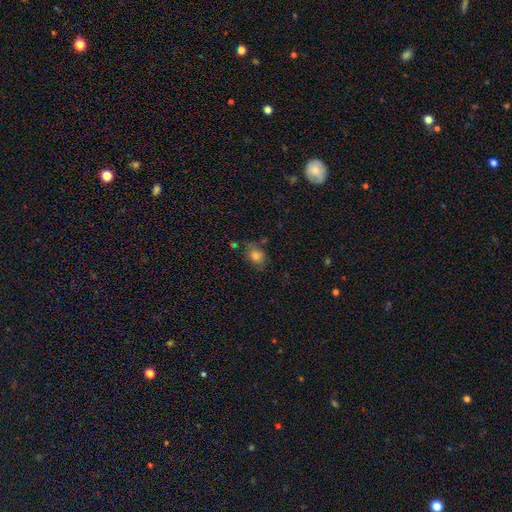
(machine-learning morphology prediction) Q: Smooth or featured?
A: smooth (79%); runner-up: star or artifact (11%)
Q: How rounded?
A: in between (52%); runner-up: round (47%)
Q: Merging?
A: none (64%); runner-up: minor disturbance (23%)